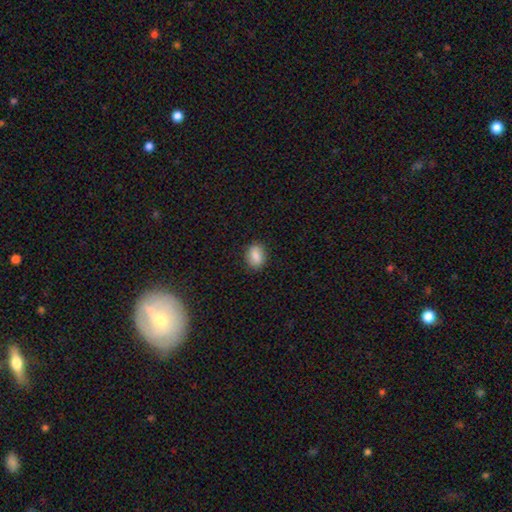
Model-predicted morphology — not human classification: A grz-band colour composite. It shows a smooth galaxy with no disk features (84%) that is in between round and cigar-shaped (65%). Merging: none (85%).